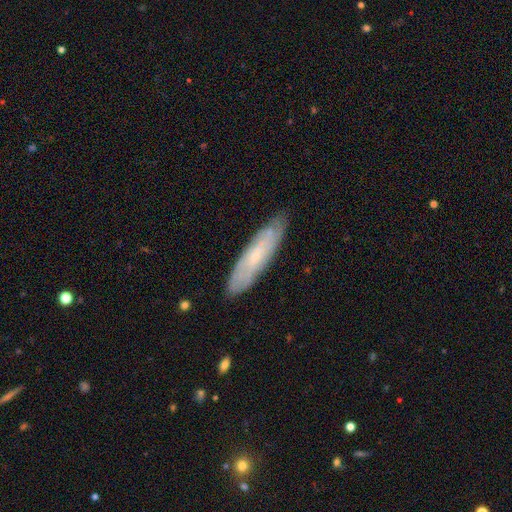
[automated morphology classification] Smooth or featured? featured or disk (50%)
Edge-on disk? no (61%)
Merging? none (82%)